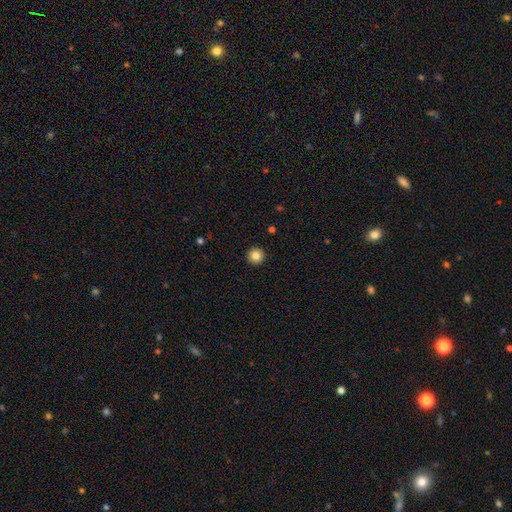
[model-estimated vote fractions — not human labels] A smooth galaxy with no disk features (84%) that is round (96%).

Vote fractions:
- Smooth or featured? smooth: 84% / star or artifact: 10% / featured or disk: 6%
- How rounded? round: 96% / in between: 3% / cigar-shaped: 1%
- Merging? none: 94% / minor disturbance: 4% / major disturbance: 1% / merger: 1%